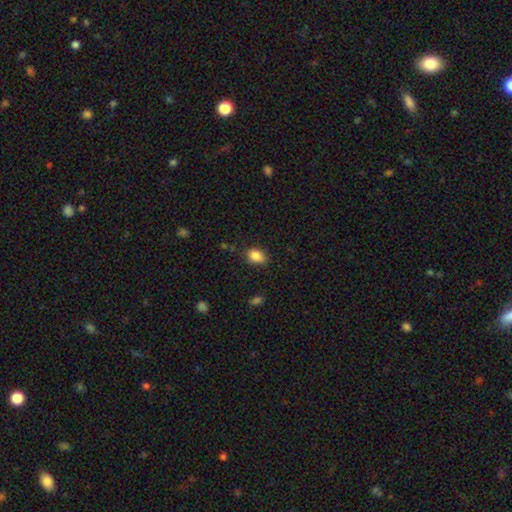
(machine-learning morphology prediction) This is clearly a smooth galaxy (86%). How rounded: likely in between (77%). Merging: likely none (78%).